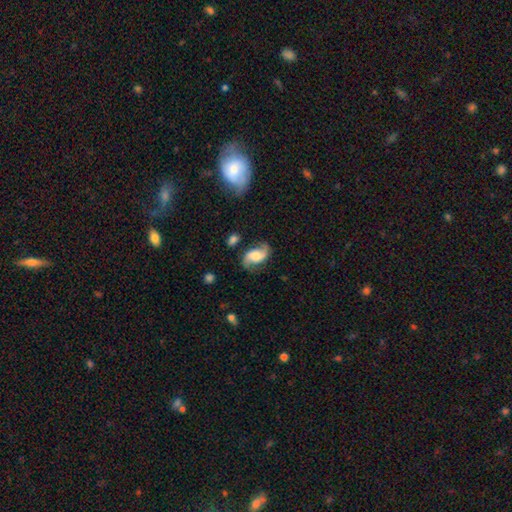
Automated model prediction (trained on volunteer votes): This is likely a featured or disk galaxy (76%). It is clearly not viewed edge-on (97%). Bar: possibly no (54%). Spiral arm pattern: clearly yes (95%). Spiral arm count: clearly 2 (92%). Spiral winding: possibly loose (56%). Central bulge: marginally moderate (43%). Merging: likely none (74%).